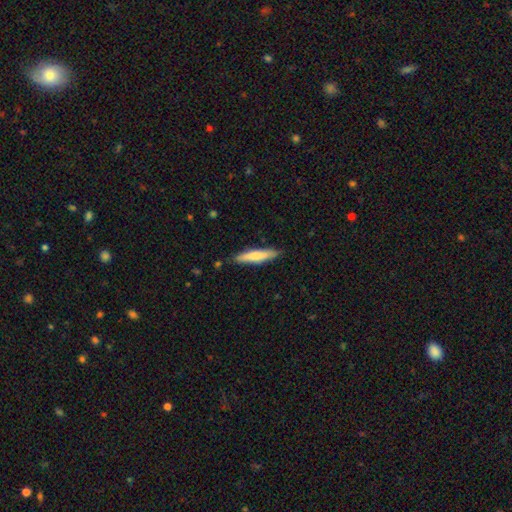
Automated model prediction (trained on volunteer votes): A smooth galaxy with no disk features (73%) that is cigar-shaped (87%). Merging: none (87%).